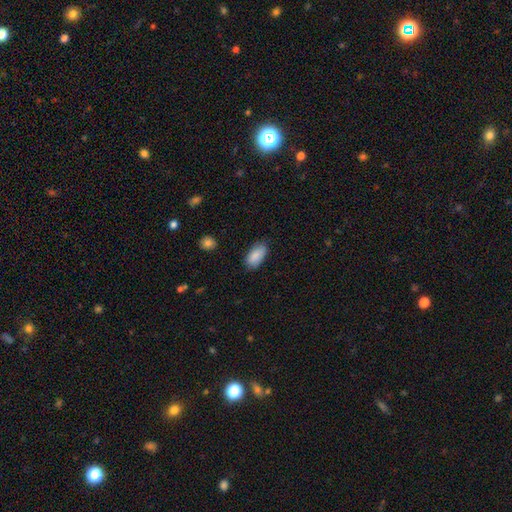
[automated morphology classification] Smooth or featured: smooth — 88% (star or artifact — 6%)
How rounded: in between — 94% (cigar-shaped — 4%)
Merging: none — 81% (minor disturbance — 15%)